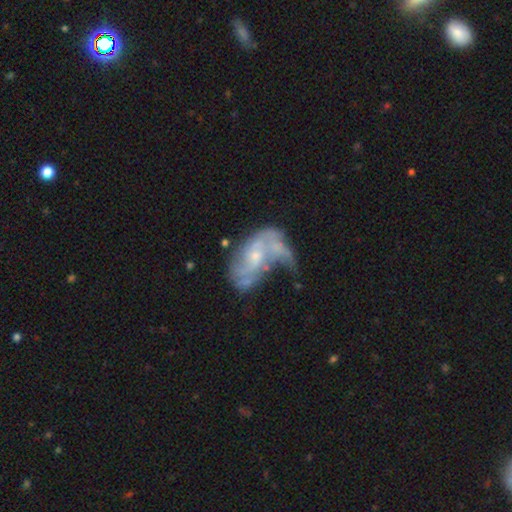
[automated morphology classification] Smooth or featured?
  - featured or disk: 77% *
  - smooth: 15%
  - star or artifact: 8%
Edge-on disk?
  - no: 97% *
  - yes: 3%
Bar?
  - no: 66% *
  - weak: 28%
  - strong: 5%
Spiral arms?
  - yes: 76% *
  - no: 24%
Spiral winding?
  - loose: 41% *
  - medium: 37%
  - tight: 21%
Spiral arm count?
  - 2: 45% *
  - can't tell: 28%
  - 3: 10%
  - 1: 10%
  - 4: 4%
  - more than 4: 3%
Bulge size?
  - small: 65% *
  - moderate: 27%
  - none: 5%
  - large: 2%
  - dominant: 1%
Merging?
  - major disturbance: 32% *
  - merger: 24%
  - none: 24%
  - minor disturbance: 20%